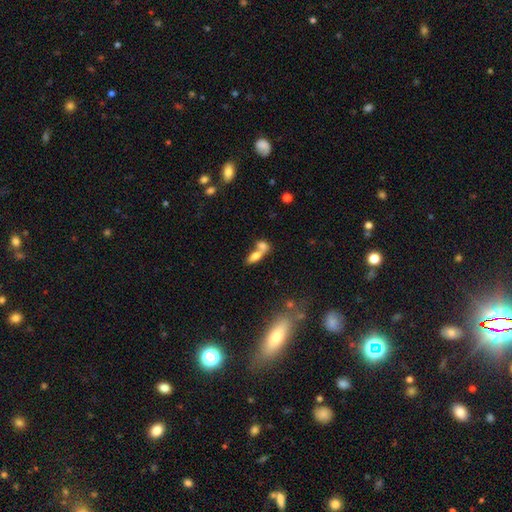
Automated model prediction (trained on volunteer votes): smooth_or_featured: smooth (p=0.74) [alt: featured or disk p=0.16]
how_rounded: in between (p=0.80) [alt: cigar-shaped p=0.13]
merging: merger (p=0.67) [alt: none p=0.23]